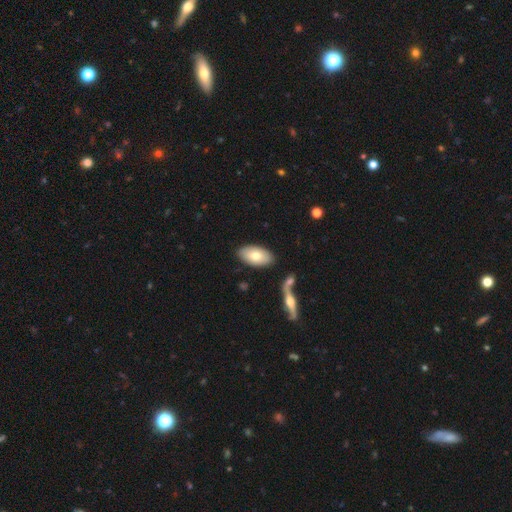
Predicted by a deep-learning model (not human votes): A smooth galaxy with no disk features (71%) that is in between round and cigar-shaped (94%).

Vote fractions:
- Smooth or featured? smooth: 71% / featured or disk: 23% / star or artifact: 6%
- How rounded? in between: 94% / cigar-shaped: 3% / round: 3%
- Merging? none: 82% / minor disturbance: 10% / merger: 5% / major disturbance: 3%